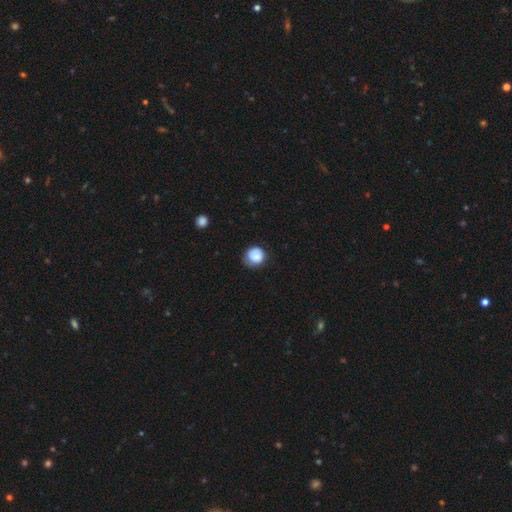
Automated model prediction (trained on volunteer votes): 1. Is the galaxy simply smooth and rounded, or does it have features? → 81% smooth, 11% featured or disk, 8% star or artifact.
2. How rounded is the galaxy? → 85% round, 14% in between, 1% cigar-shaped.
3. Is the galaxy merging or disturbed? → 71% none, 22% minor disturbance, 6% major disturbance, 2% merger.